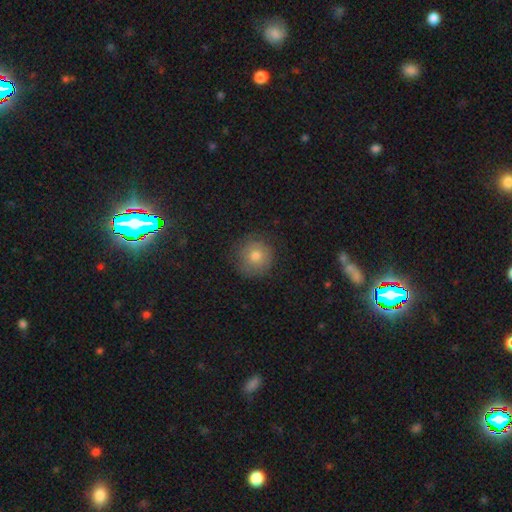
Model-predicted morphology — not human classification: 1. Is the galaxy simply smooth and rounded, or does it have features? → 73% smooth, 15% featured or disk, 12% star or artifact.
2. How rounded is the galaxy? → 94% round, 5% in between, 1% cigar-shaped.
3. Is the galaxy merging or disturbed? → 82% none, 13% minor disturbance, 4% major disturbance, 1% merger.